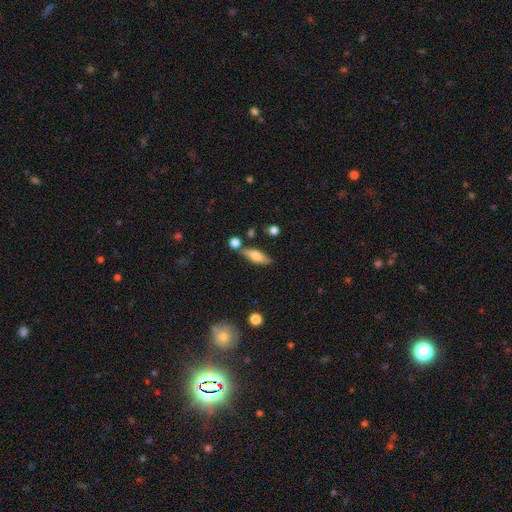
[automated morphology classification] Smooth or featured? smooth (59%)
How rounded? in between (50%)
Merging? none (74%)